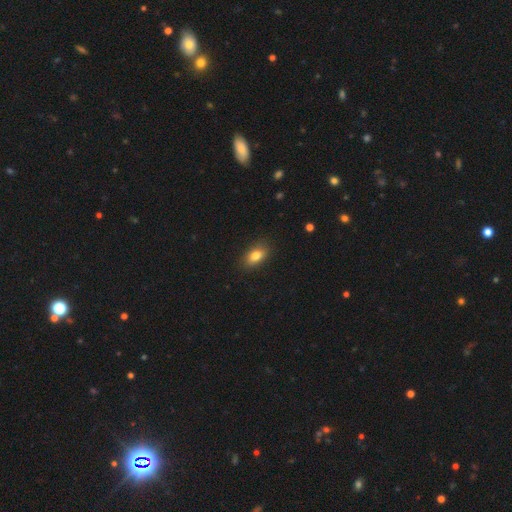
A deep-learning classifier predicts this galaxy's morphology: Q: Smooth or featured?
A: smooth (81%); runner-up: featured or disk (10%)
Q: How rounded?
A: in between (87%); runner-up: round (8%)
Q: Merging?
A: none (86%); runner-up: minor disturbance (11%)